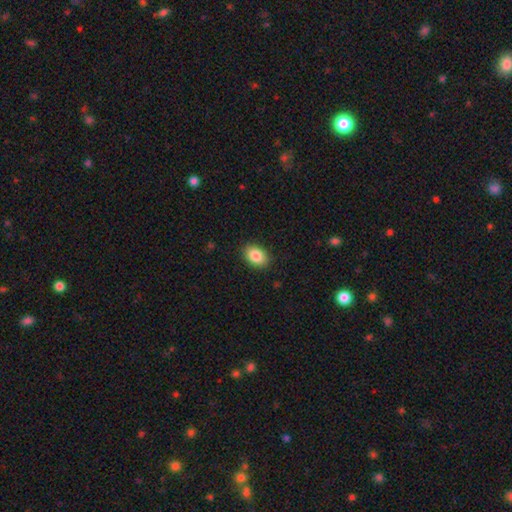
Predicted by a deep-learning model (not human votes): smooth_or_featured: smooth (p=0.86) [alt: star or artifact p=0.08]
how_rounded: in between (p=0.82) [alt: round p=0.17]
merging: none (p=0.89) [alt: minor disturbance p=0.08]